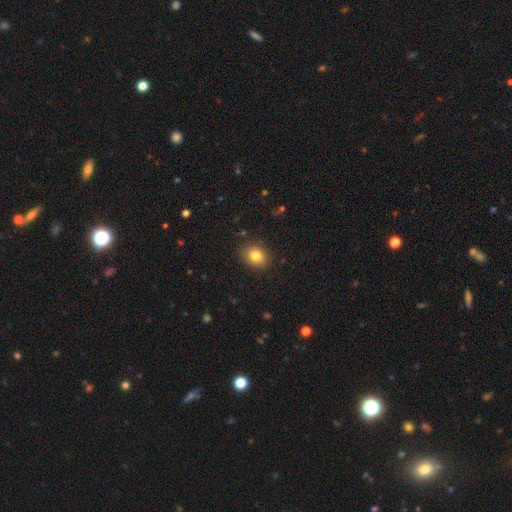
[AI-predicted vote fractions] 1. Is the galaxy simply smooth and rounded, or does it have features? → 81% smooth, 10% star or artifact, 9% featured or disk.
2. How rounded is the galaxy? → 55% in between, 44% round, 1% cigar-shaped.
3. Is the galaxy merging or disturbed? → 87% none, 9% minor disturbance, 2% major disturbance, 1% merger.